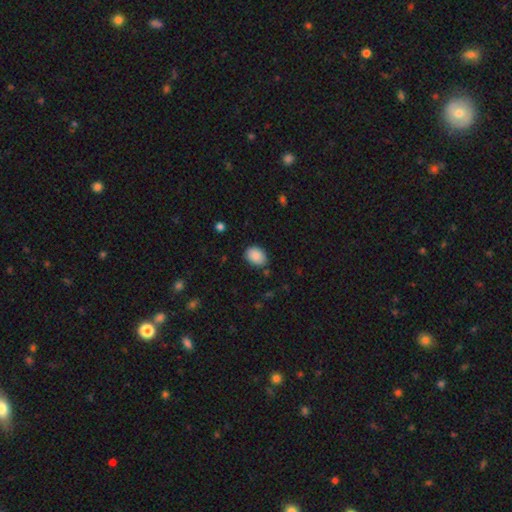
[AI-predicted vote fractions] This is clearly a smooth galaxy (89%). How rounded: likely in between (75%). Merging: clearly none (82%).